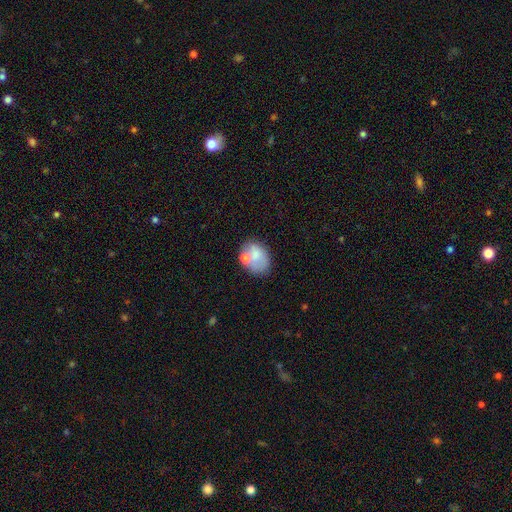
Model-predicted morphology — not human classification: smooth_or_featured: smooth (p=0.66) [alt: featured or disk p=0.25]
how_rounded: in between (p=0.72) [alt: round p=0.27]
merging: none (p=0.47) [alt: merger p=0.23]